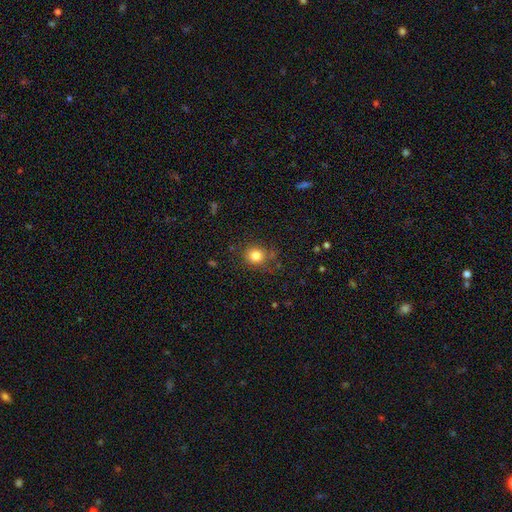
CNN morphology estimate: This appears to be a smooth galaxy with no disk features (81%) that is round (81%). Merging: none (76%).